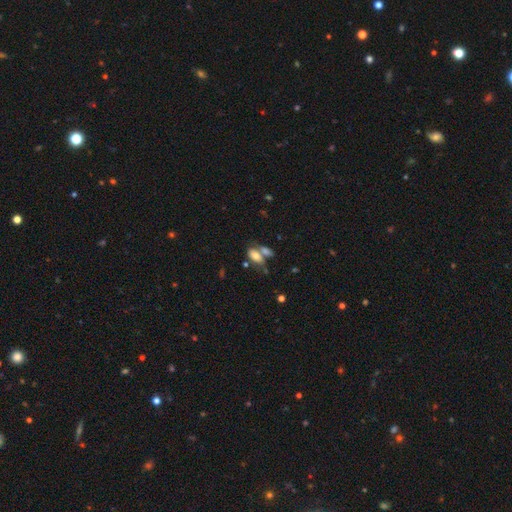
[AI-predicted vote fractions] This is likely a smooth galaxy (70%). How rounded: clearly in between (87%). Merging: marginally merger (41%).